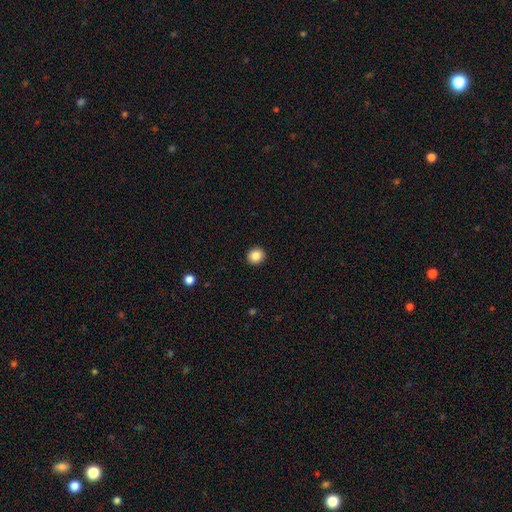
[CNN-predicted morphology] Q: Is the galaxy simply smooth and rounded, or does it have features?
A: smooth — 86%.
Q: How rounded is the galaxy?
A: round — 90%.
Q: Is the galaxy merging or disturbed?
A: none — 93%.